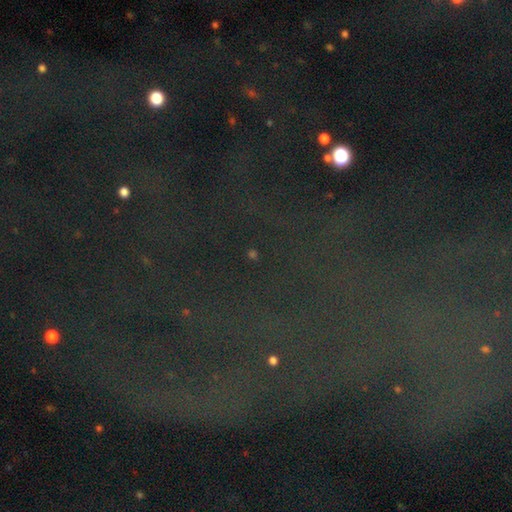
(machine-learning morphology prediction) Smooth or featured: star or artifact — 83% (smooth — 9%)